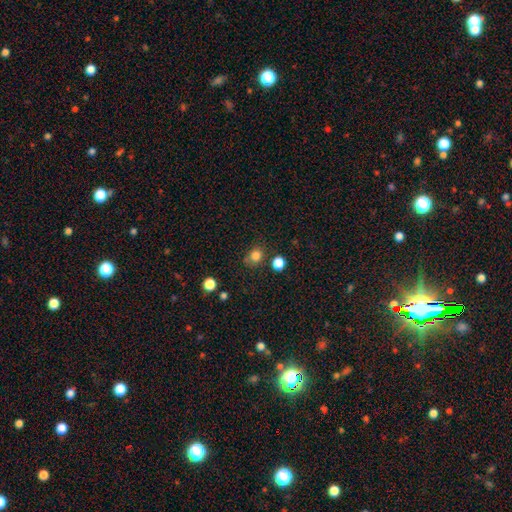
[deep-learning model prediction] This appears to be a smooth galaxy with no disk features (81%) that is round (73%). Merging: none (71%).